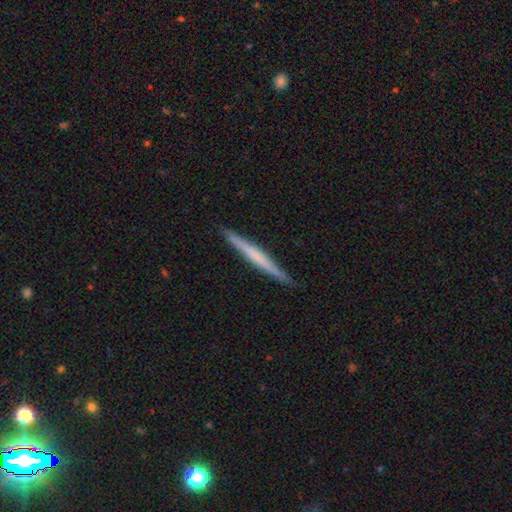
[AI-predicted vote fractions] smooth-or-featured: featured or disk: 51% | smooth: 44% | star or artifact: 5%
  disk-edge-on: yes: 98% | no: 2%
  merging: none: 91% | minor disturbance: 7% | major disturbance: 1% | merger: 1%